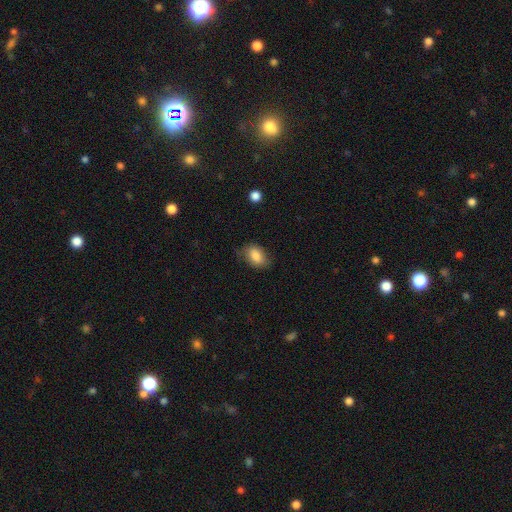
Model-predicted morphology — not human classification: Q: Smooth or featured?
A: smooth (83%); runner-up: featured or disk (10%)
Q: How rounded?
A: in between (82%); runner-up: round (16%)
Q: Merging?
A: none (69%); runner-up: minor disturbance (24%)